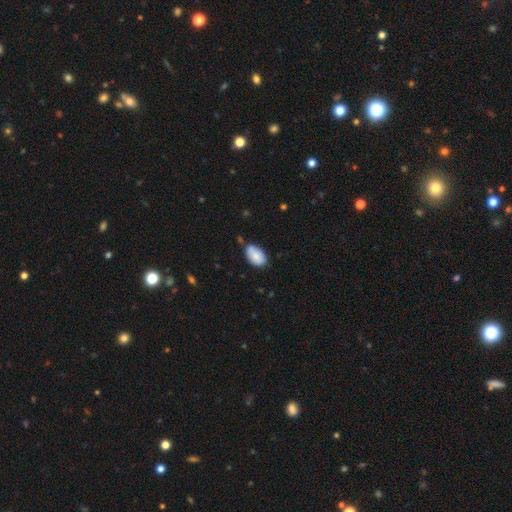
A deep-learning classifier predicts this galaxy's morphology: type=smooth (83%); roundness=in between (93%); merging=none (66%).